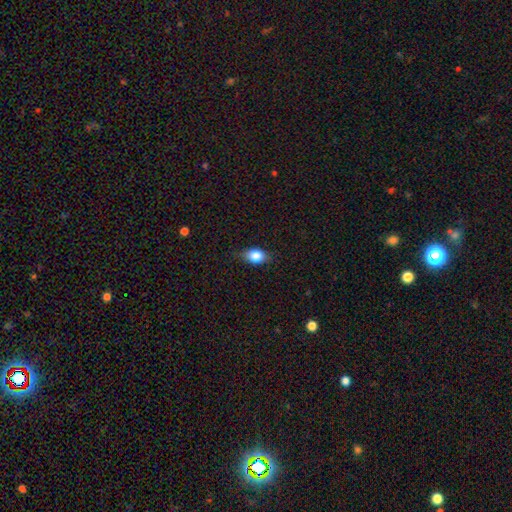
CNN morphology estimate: Q: Smooth or featured?
A: smooth (81%); runner-up: featured or disk (10%)
Q: How rounded?
A: in between (73%); runner-up: round (24%)
Q: Merging?
A: none (77%); runner-up: minor disturbance (18%)